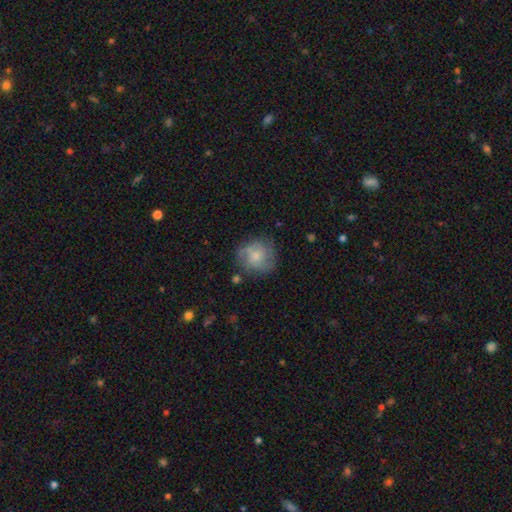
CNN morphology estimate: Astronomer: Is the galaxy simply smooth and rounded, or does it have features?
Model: featured or disk — 53% (runner-up: smooth, 39%).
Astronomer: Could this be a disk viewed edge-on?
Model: no — 98%.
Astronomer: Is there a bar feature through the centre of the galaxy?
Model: no — 73%.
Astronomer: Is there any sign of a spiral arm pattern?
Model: yes — 81%.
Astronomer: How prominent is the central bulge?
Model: moderate — 42% (runner-up: small, 33%).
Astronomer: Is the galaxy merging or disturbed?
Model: none — 68%.